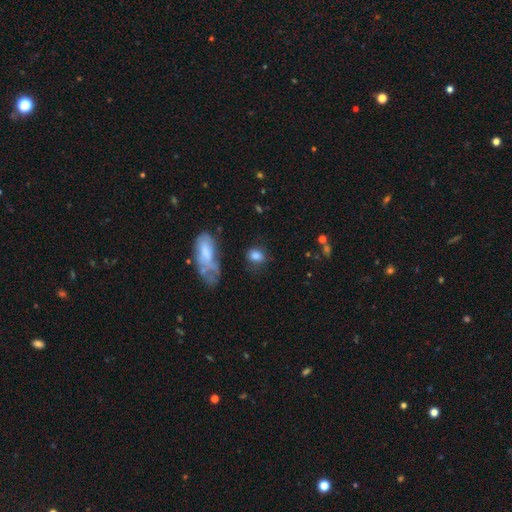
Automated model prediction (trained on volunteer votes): Smooth or featured? smooth (79%)
How rounded? in between (59%)
Merging? none (62%)